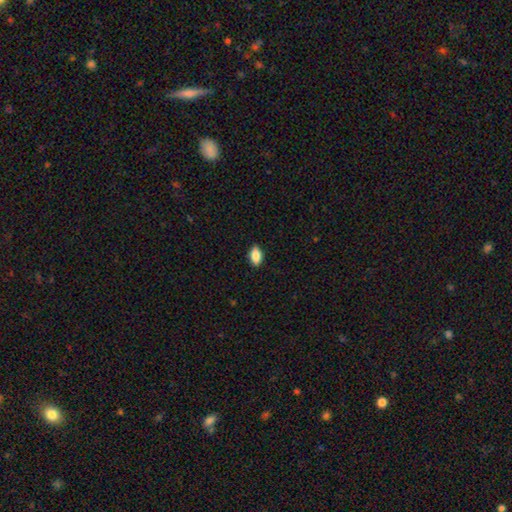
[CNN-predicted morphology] A smooth galaxy with no disk features (83%) that is in between round and cigar-shaped (88%).

Vote fractions:
- Smooth or featured? smooth: 83% / featured or disk: 9% / star or artifact: 8%
- How rounded? in between: 88% / round: 6% / cigar-shaped: 5%
- Merging? none: 87% / minor disturbance: 10% / major disturbance: 2% / merger: 1%